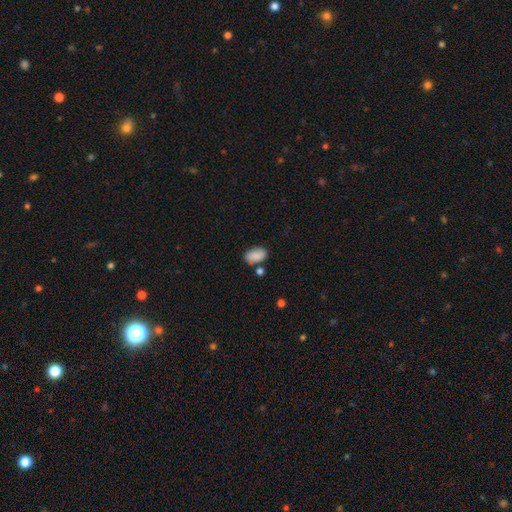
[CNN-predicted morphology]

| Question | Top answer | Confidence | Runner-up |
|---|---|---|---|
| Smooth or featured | smooth | 85% | star or artifact (8%) |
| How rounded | in between | 89% | round (9%) |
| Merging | none | 67% | minor disturbance (16%) |